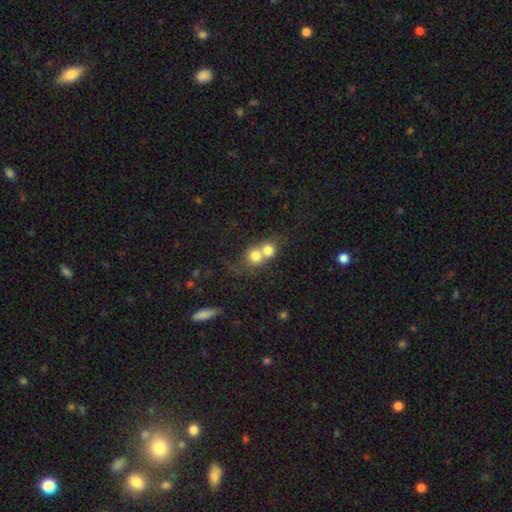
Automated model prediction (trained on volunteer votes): smooth_or_featured: smooth (p=0.73) [alt: featured or disk p=0.17]
how_rounded: round (p=0.80) [alt: in between p=0.18]
merging: merger (p=0.72) [alt: none p=0.20]